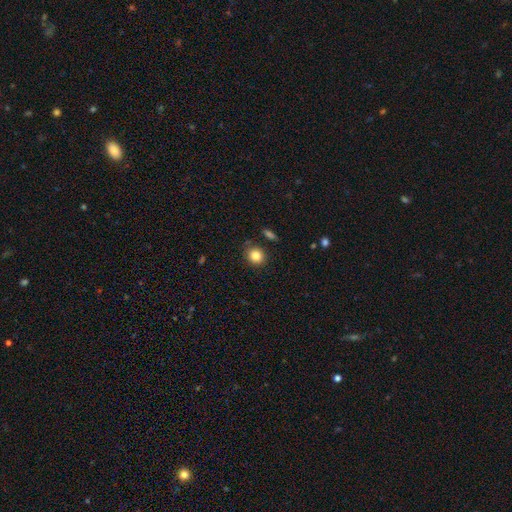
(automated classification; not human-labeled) Smooth or featured: smooth — 84% (star or artifact — 10%)
How rounded: round — 77% (in between — 22%)
Merging: none — 84% (minor disturbance — 10%)